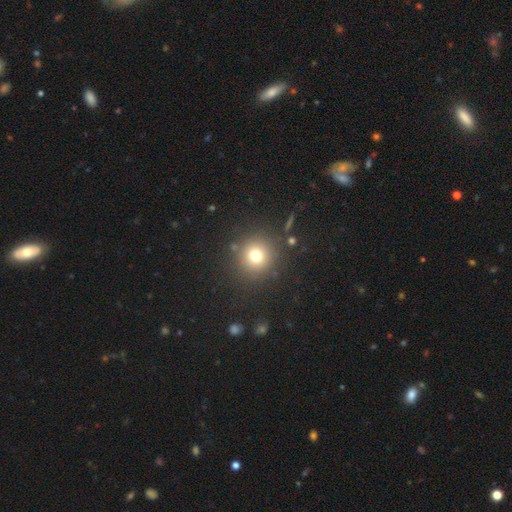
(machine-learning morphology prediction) Q: Smooth or featured?
A: smooth (74%); runner-up: star or artifact (16%)
Q: How rounded?
A: round (93%); runner-up: in between (6%)
Q: Merging?
A: none (86%); runner-up: minor disturbance (7%)